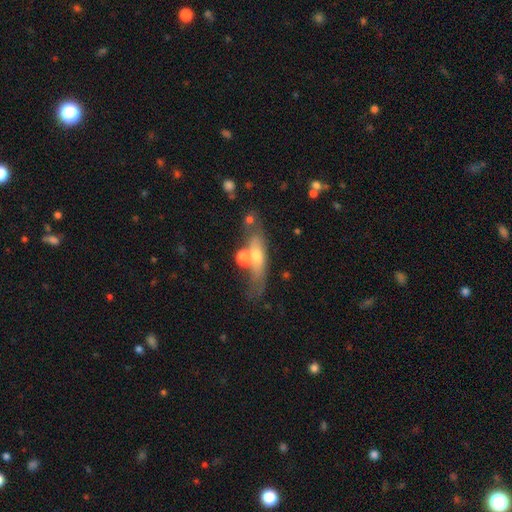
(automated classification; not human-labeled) Smooth or featured?
  - smooth: 47% *
  - featured or disk: 43%
  - star or artifact: 10%
Merging?
  - none: 48% *
  - merger: 20%
  - minor disturbance: 19%
  - major disturbance: 13%